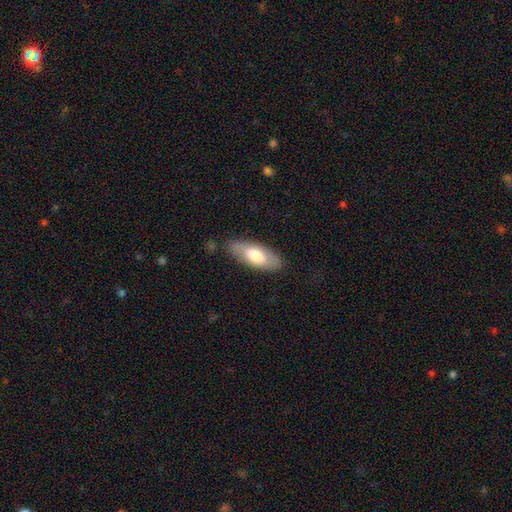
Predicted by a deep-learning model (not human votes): A smooth galaxy with no disk features (68%) that is in between round and cigar-shaped (78%). Merging: none (80%).